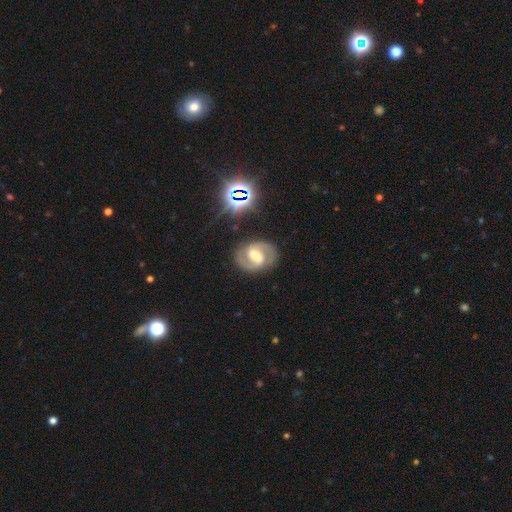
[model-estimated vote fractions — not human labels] Smooth or featured?
  - featured or disk: 86% *
  - smooth: 8%
  - star or artifact: 6%
Edge-on disk?
  - no: 98% *
  - yes: 2%
Bar?
  - weak: 44% *
  - strong: 41%
  - no: 14%
Spiral arms?
  - yes: 95% *
  - no: 5%
Spiral winding?
  - medium: 55% *
  - tight: 33%
  - loose: 12%
Spiral arm count?
  - 2: 92% *
  - can't tell: 3%
  - 1: 1%
  - 3: 1%
  - 4: 1%
  - more than 4: 1%
Bulge size?
  - moderate: 60% *
  - small: 21%
  - large: 14%
  - none: 3%
  - dominant: 2%
Merging?
  - none: 84% *
  - minor disturbance: 10%
  - major disturbance: 4%
  - merger: 2%